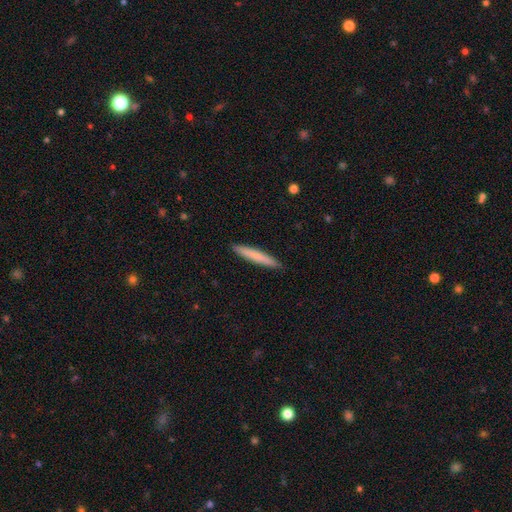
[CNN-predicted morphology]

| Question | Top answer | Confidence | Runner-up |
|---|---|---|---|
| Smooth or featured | smooth | 74% | featured or disk (20%) |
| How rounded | cigar-shaped | 96% | in between (3%) |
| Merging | none | 91% | minor disturbance (6%) |